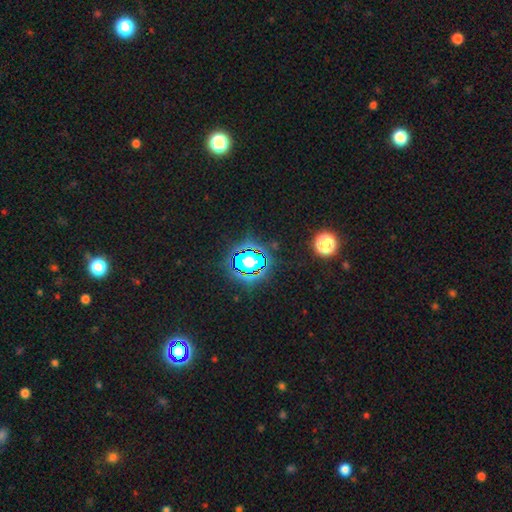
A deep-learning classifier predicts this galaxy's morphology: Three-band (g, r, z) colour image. It shows a star or artifact, not a galaxy (82%).